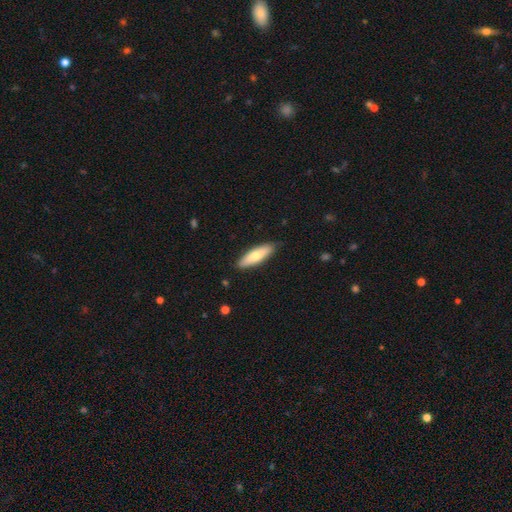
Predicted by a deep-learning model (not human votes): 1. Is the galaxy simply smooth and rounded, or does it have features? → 70% smooth, 25% featured or disk, 6% star or artifact.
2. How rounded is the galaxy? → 54% cigar-shaped, 44% in between, 2% round.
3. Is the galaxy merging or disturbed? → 86% none, 11% minor disturbance, 2% major disturbance, 1% merger.